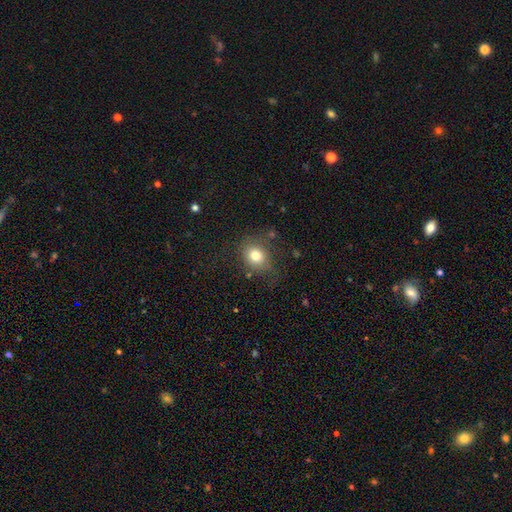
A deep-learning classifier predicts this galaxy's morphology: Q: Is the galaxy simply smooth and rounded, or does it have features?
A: smooth — 78%.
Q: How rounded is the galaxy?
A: round — 66%.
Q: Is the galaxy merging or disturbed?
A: none — 70%.